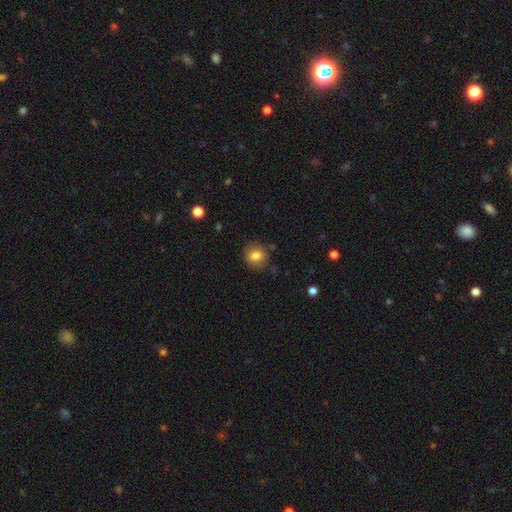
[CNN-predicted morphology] smooth-or-featured: smooth: 80% | star or artifact: 10% | featured or disk: 10%
  how-rounded: round: 84% | in between: 15% | cigar-shaped: 1%
  merging: none: 84% | minor disturbance: 11% | major disturbance: 3% | merger: 2%